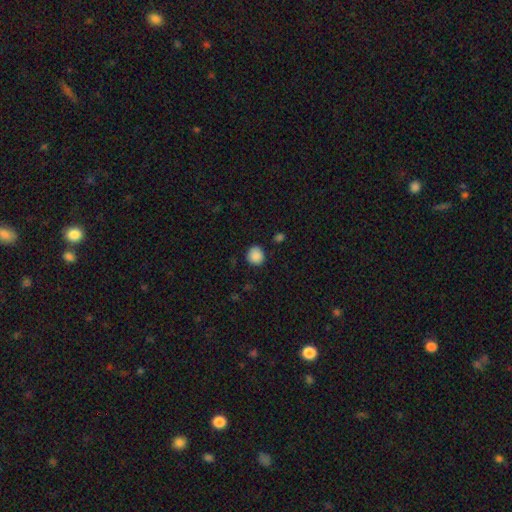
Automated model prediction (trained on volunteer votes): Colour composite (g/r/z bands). It shows a smooth galaxy with no disk features (88%) that is round (89%). Merging: none (86%).